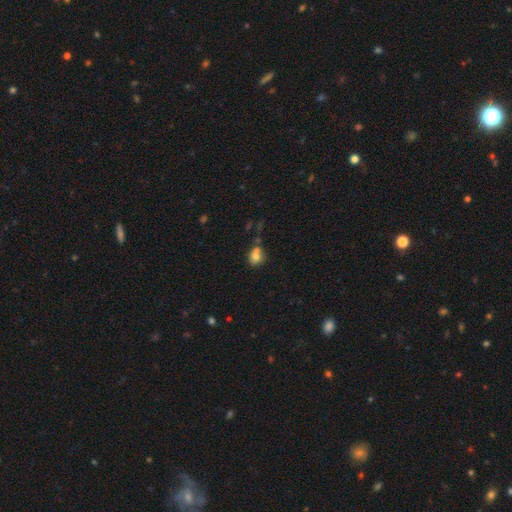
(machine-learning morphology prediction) The model was most divided on "how rounded": round: 60%, in between: 39%, cigar-shaped: 1%. Remaining: smooth or featured — smooth (75%); merging — none (49%).